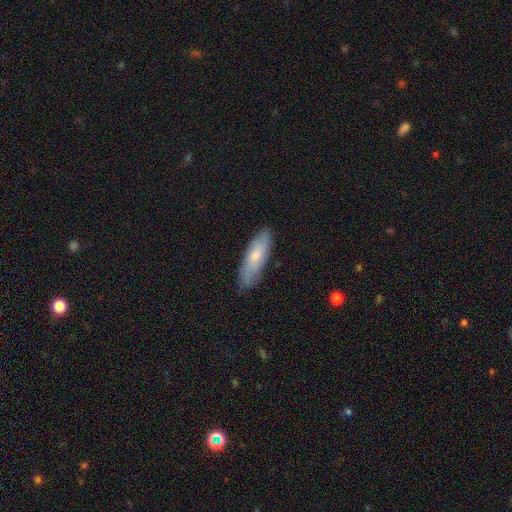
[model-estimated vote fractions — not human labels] A smooth galaxy with no disk features (59%) that is cigar-shaped (51%).

Vote fractions:
- Smooth or featured? smooth: 59% / featured or disk: 35% / star or artifact: 6%
- How rounded? cigar-shaped: 51% / in between: 47% / round: 2%
- Merging? none: 81% / minor disturbance: 15% / major disturbance: 3% / merger: 1%